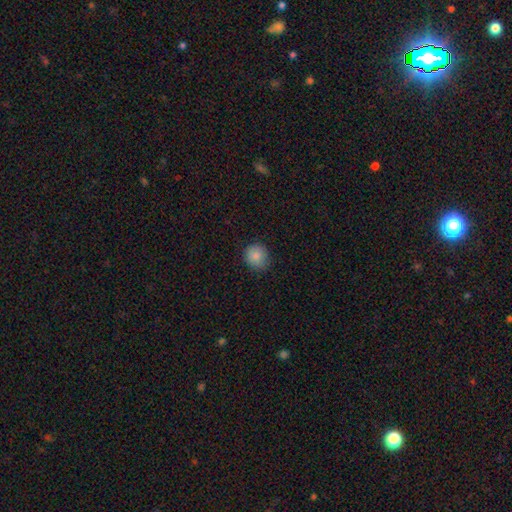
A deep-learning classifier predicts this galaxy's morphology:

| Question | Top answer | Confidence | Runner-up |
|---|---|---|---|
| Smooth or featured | smooth | 86% | star or artifact (9%) |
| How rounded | round | 85% | in between (14%) |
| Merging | none | 83% | minor disturbance (13%) |